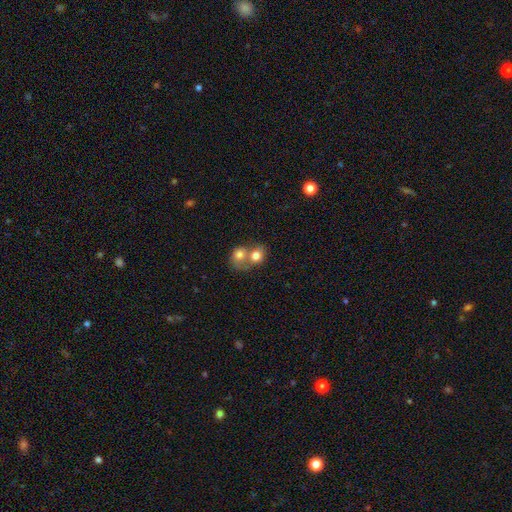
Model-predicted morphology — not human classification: type=smooth (76%); roundness=round (66%); merging=merger (69%).